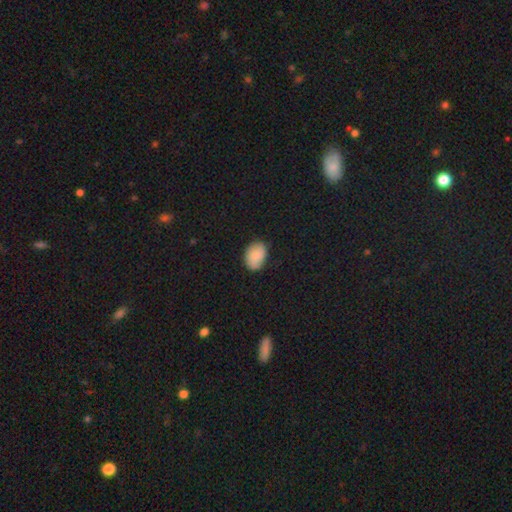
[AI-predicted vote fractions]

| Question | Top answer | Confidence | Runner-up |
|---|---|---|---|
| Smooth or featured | smooth | 86% | featured or disk (7%) |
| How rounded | in between | 76% | round (23%) |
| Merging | none | 72% | minor disturbance (22%) |